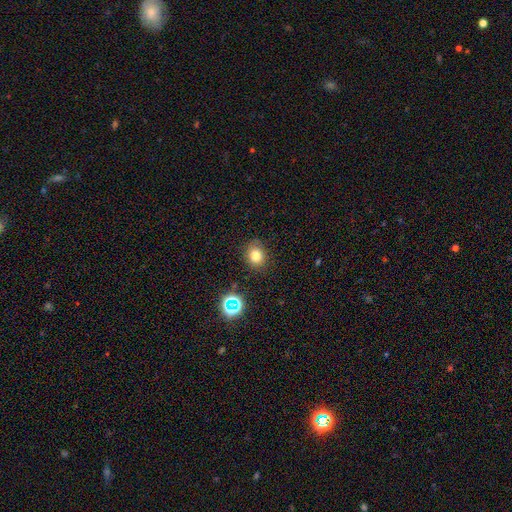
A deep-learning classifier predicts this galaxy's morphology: Overall: smooth (78%). How rounded: round (63%; in between 36%). Merging: none (85%).